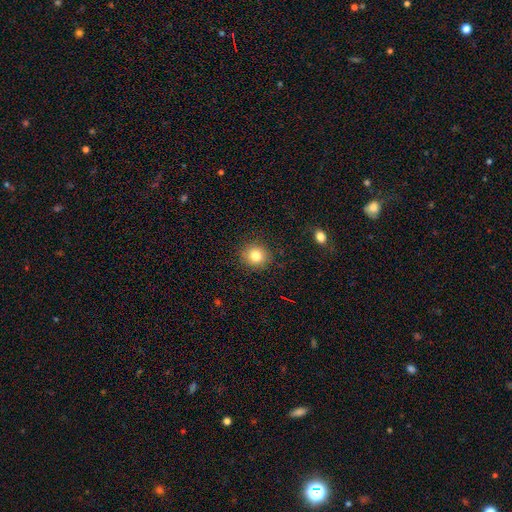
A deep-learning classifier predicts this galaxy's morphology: Overall: smooth (81%). How rounded: round (89%). Merging: none (89%).